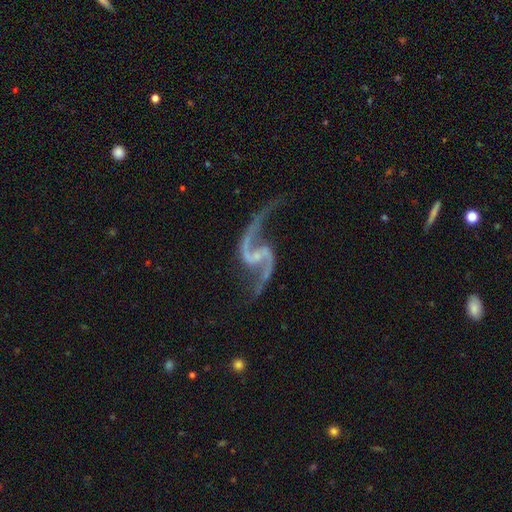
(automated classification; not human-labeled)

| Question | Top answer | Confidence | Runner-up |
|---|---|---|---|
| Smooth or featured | featured or disk | 94% | star or artifact (4%) |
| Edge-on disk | no | 98% | yes (2%) |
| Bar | weak | 44% | no (36%) |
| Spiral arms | yes | 98% | no (2%) |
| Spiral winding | loose | 78% | medium (18%) |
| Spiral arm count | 2 | 94% | 1 (1%) |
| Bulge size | small | 61% | none (27%) |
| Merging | none | 66% | minor disturbance (16%) |